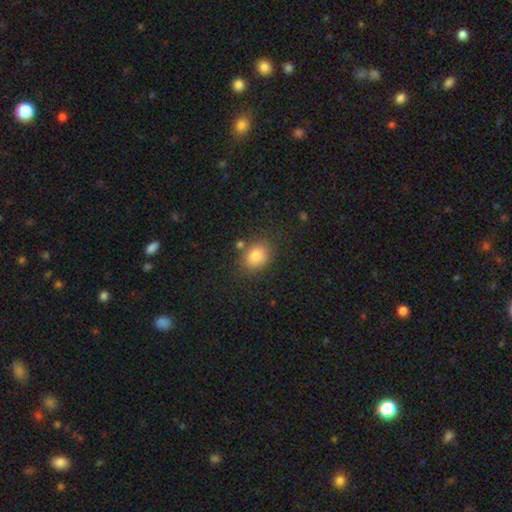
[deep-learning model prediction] Overall: smooth (83%). How rounded: in between (54%; round 45%). Merging: none (75%).